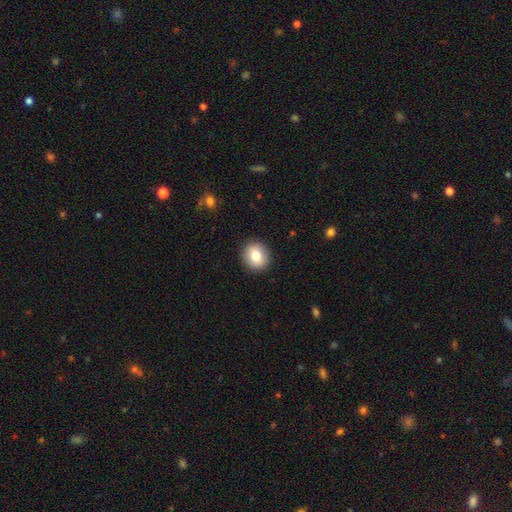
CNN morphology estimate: smooth_or_featured: smooth (p=0.80) [alt: featured or disk p=0.11]
how_rounded: round (p=0.83) [alt: in between p=0.16]
merging: none (p=0.91) [alt: minor disturbance p=0.06]